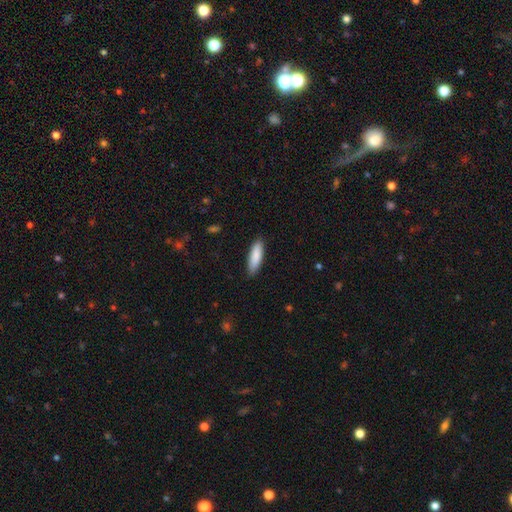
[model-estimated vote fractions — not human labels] Q: Smooth or featured?
A: smooth (87%); runner-up: featured or disk (8%)
Q: How rounded?
A: cigar-shaped (53%); runner-up: in between (45%)
Q: Merging?
A: none (86%); runner-up: minor disturbance (11%)